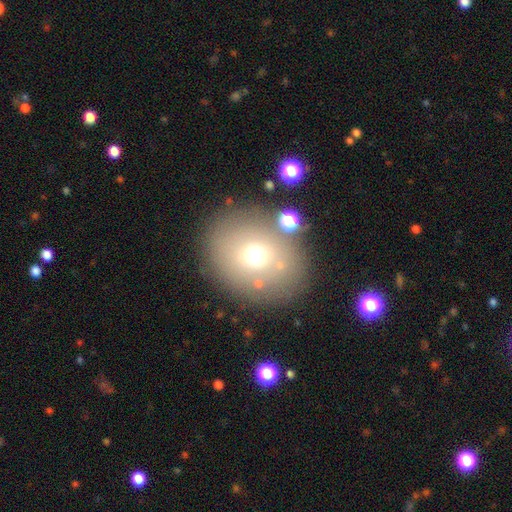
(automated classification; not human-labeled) Overall: smooth (65%). How rounded: round (67%; in between 32%). Merging: none (80%).